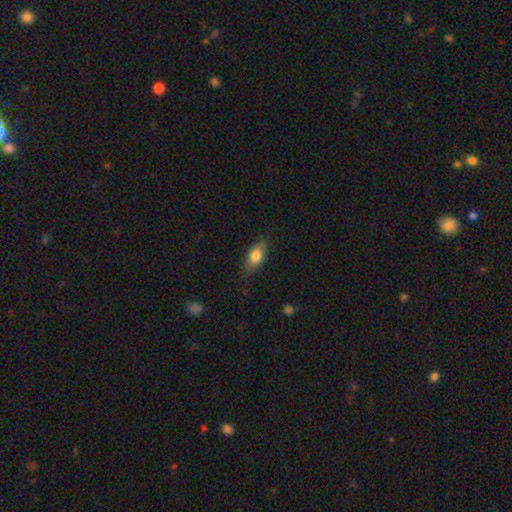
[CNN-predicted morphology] smooth_or_featured: smooth (p=0.78) [alt: featured or disk p=0.15]
how_rounded: in between (p=0.83) [alt: cigar-shaped p=0.12]
merging: none (p=0.79) [alt: minor disturbance p=0.16]